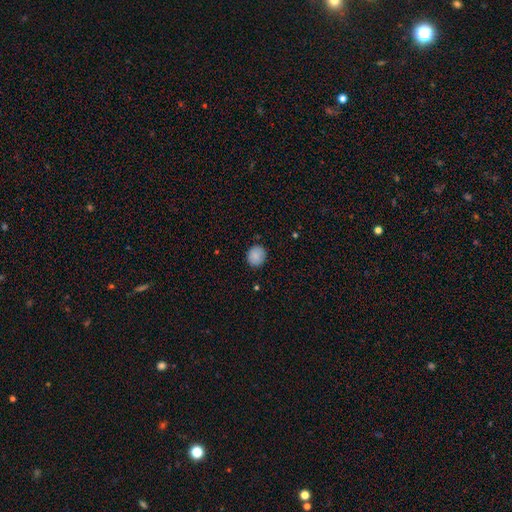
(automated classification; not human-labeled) This appears to be a smooth galaxy with no disk features (88%) that is round (72%). Merging: none (86%).